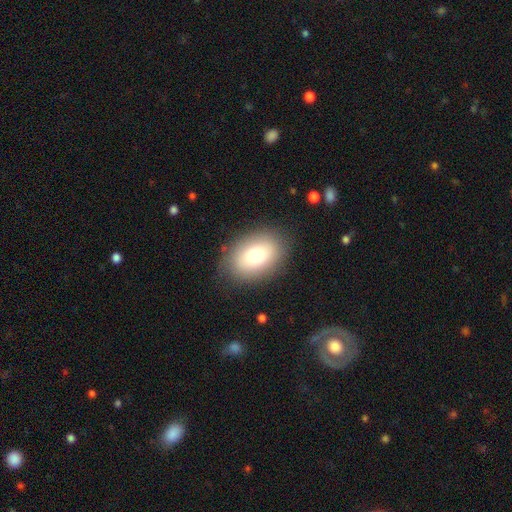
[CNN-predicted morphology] Q: Smooth or featured?
A: smooth (76%); runner-up: featured or disk (15%)
Q: How rounded?
A: in between (80%); runner-up: round (19%)
Q: Merging?
A: none (82%); runner-up: minor disturbance (12%)